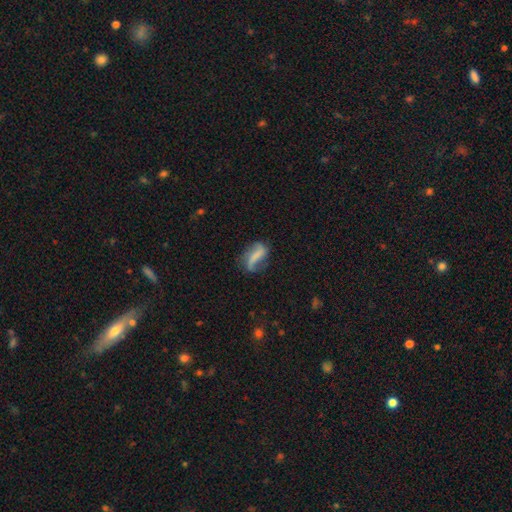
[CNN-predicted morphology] Smooth or featured? featured or disk (58%)
Edge-on disk? no (93%)
Bar? strong (49%)
Spiral arms? yes (78%)
Bulge size? none (65%)
Merging? none (54%)